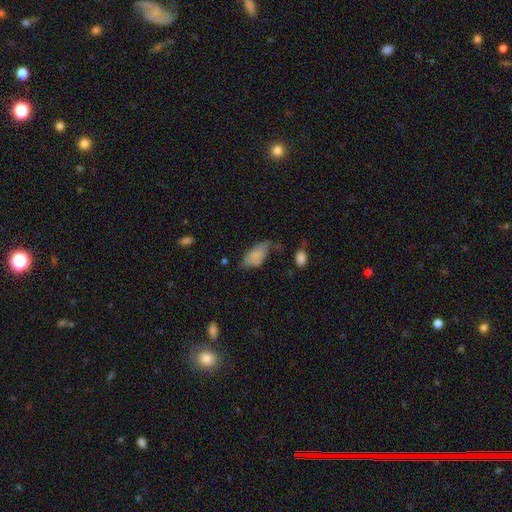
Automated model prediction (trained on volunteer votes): Overall: smooth (79%). How rounded: in between (92%). Merging: none (42%; minor disturbance 36%).